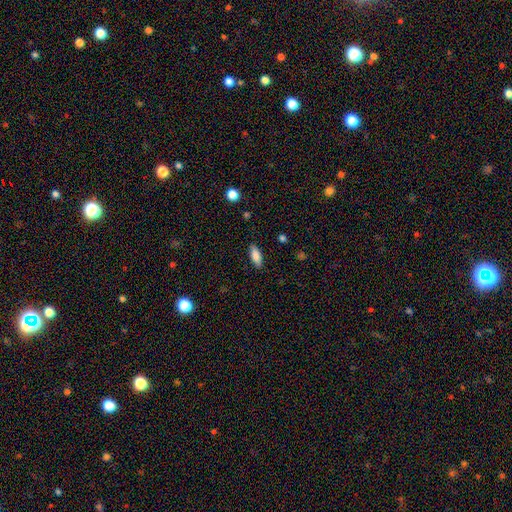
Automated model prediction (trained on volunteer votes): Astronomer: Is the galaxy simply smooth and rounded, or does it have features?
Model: smooth — 82%.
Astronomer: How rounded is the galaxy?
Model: in between — 76%.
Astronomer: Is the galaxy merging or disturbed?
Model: none — 86%.